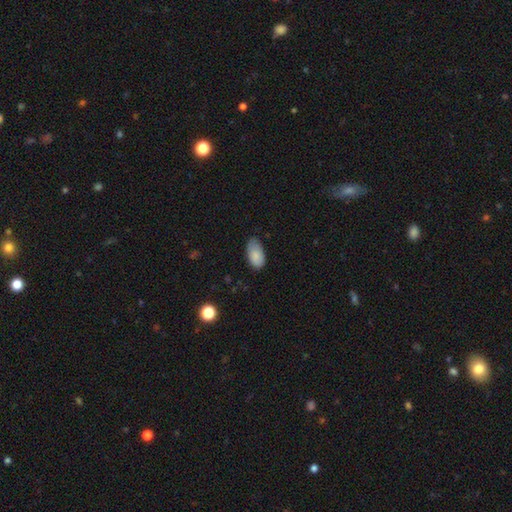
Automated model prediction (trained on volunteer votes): This is clearly a smooth galaxy (85%). How rounded: clearly in between (94%). Merging: likely none (62%).